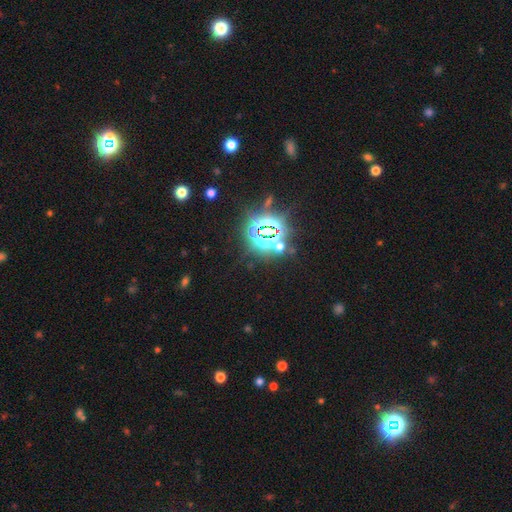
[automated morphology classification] Overall: star or artifact (84%).